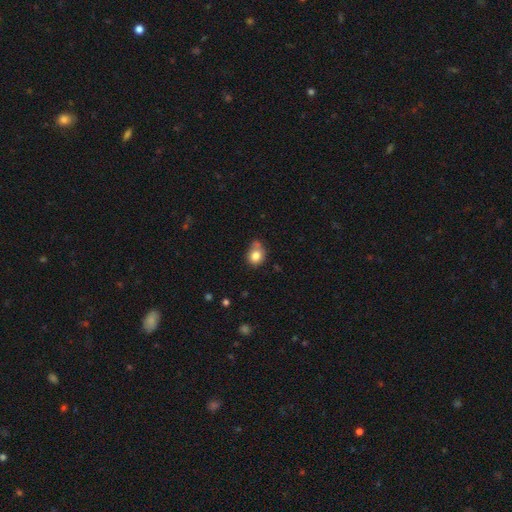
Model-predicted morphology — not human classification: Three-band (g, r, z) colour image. It shows a smooth galaxy with no disk features (80%) that is round (55%). Merging: none (45%).